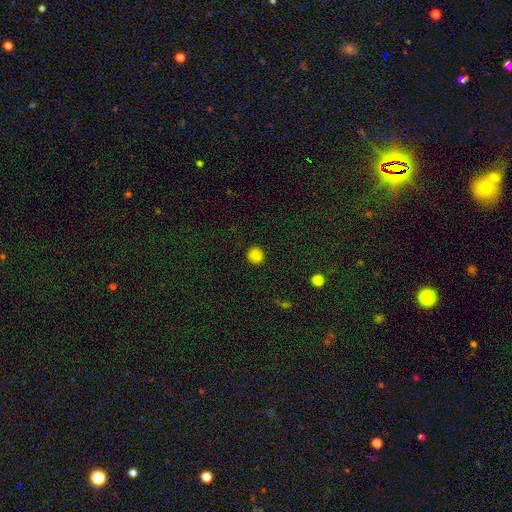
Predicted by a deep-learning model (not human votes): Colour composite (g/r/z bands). It shows a smooth galaxy with no disk features (84%) that is round (87%). Merging: none (90%).